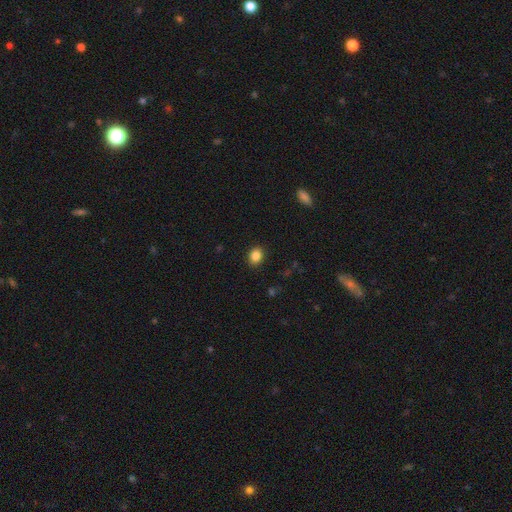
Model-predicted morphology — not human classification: A smooth galaxy with no disk features (86%) that is in between round and cigar-shaped (52%).

Vote fractions:
- Smooth or featured? smooth: 86% / star or artifact: 10% / featured or disk: 4%
- How rounded? in between: 52% / round: 47% / cigar-shaped: 1%
- Merging? none: 90% / minor disturbance: 7% / major disturbance: 2% / merger: 1%